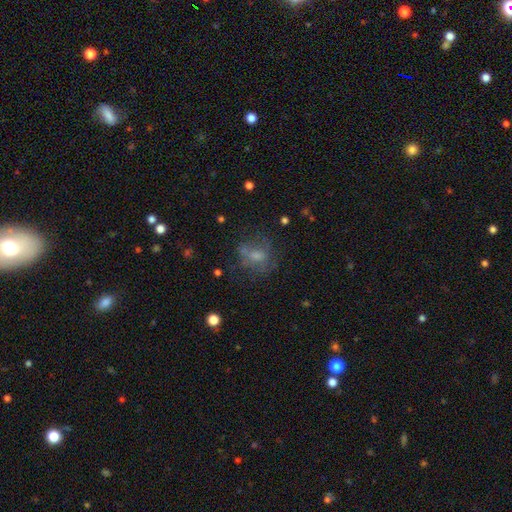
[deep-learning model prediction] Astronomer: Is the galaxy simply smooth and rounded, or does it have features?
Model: smooth — 54% (runner-up: featured or disk, 32%).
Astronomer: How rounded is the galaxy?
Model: round — 52% (runner-up: in between, 47%).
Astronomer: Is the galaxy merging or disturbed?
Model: none — 48% (runner-up: major disturbance, 24%).